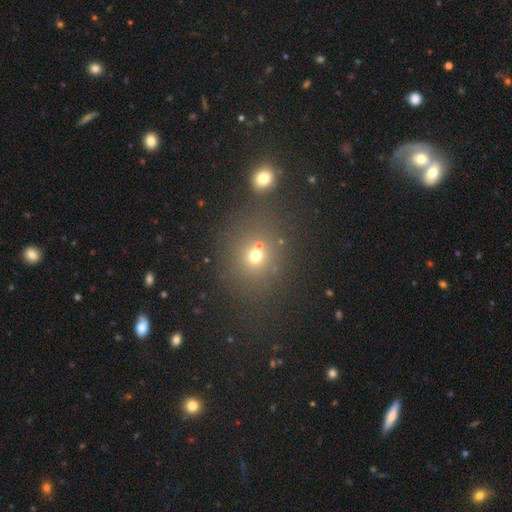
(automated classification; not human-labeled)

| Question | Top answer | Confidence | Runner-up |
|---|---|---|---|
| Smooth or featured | smooth | 65% | star or artifact (24%) |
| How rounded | round | 76% | in between (23%) |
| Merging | none | 67% | merger (17%) |